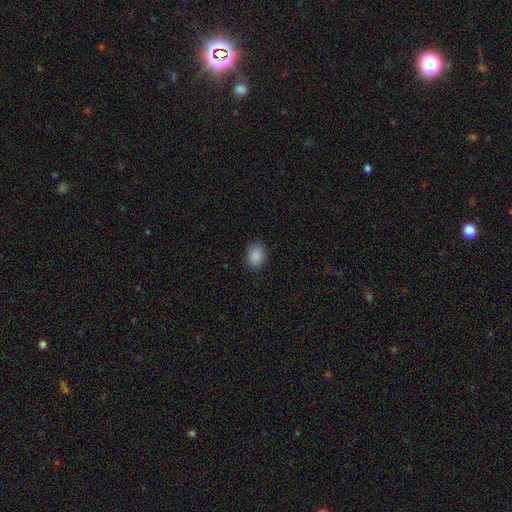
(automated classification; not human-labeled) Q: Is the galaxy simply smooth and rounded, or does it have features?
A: smooth — 88%.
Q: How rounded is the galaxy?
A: in between — 54%.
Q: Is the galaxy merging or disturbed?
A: none — 88%.